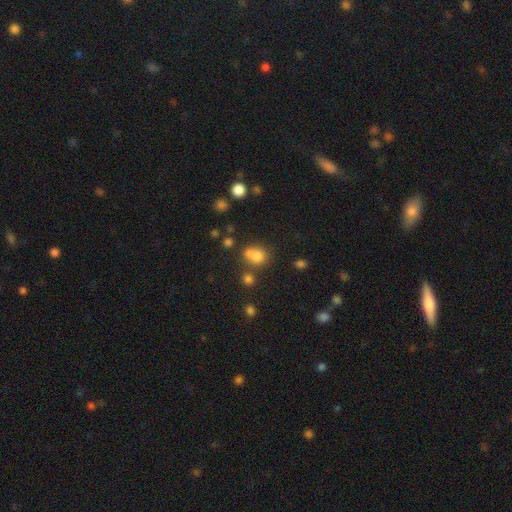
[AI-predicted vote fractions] A smooth galaxy with no disk features (73%) that is round (71%). Merging: merger (45%).